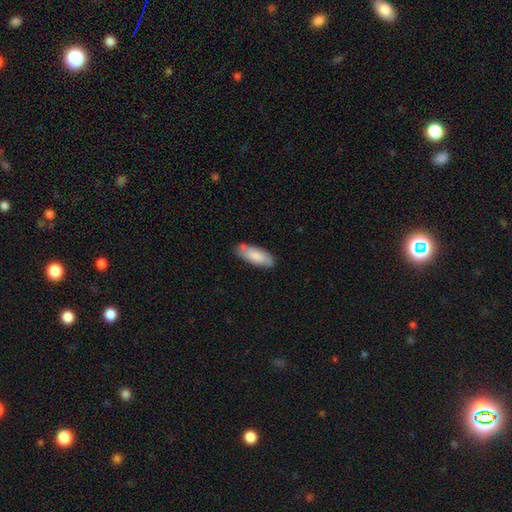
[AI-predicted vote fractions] The model was most divided on "how rounded": in between: 74%, cigar-shaped: 24%, round: 1%. More confident: smooth or featured — smooth (77%); merging — none (73%).